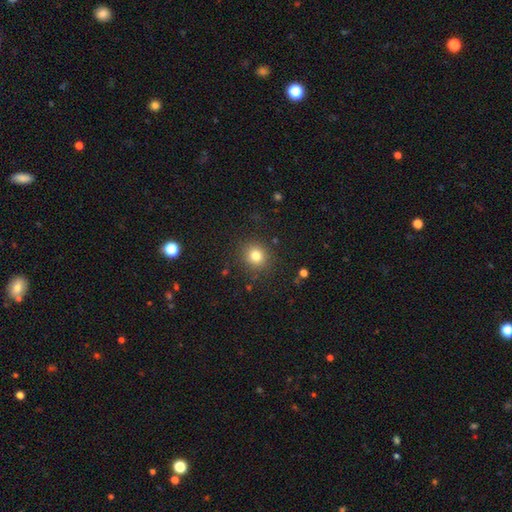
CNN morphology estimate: Smooth or featured? smooth (79%)
How rounded? round (87%)
Merging? none (88%)